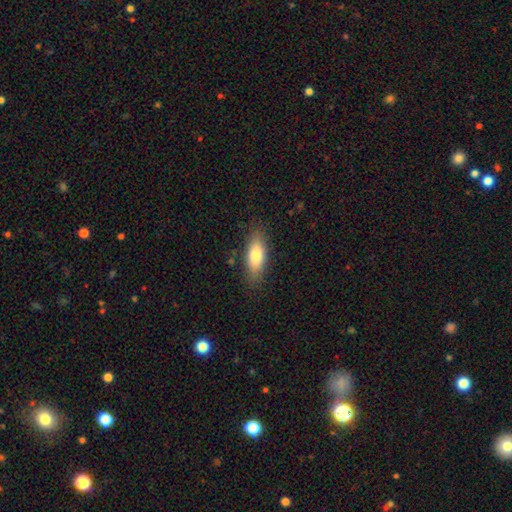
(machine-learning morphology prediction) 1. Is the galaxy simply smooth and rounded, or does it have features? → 77% smooth, 17% featured or disk, 6% star or artifact.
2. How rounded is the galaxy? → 67% in between, 30% cigar-shaped, 2% round.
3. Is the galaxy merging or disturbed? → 84% none, 12% minor disturbance, 3% major disturbance, 1% merger.